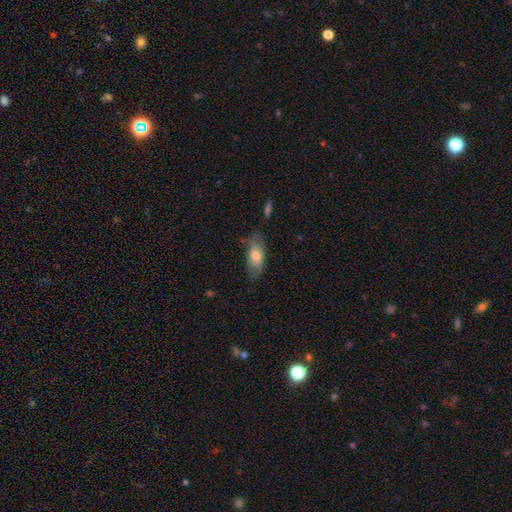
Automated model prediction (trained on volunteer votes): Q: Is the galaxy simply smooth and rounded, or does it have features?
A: smooth — 68%.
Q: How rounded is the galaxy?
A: in between — 81%.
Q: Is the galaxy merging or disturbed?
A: none — 61%.